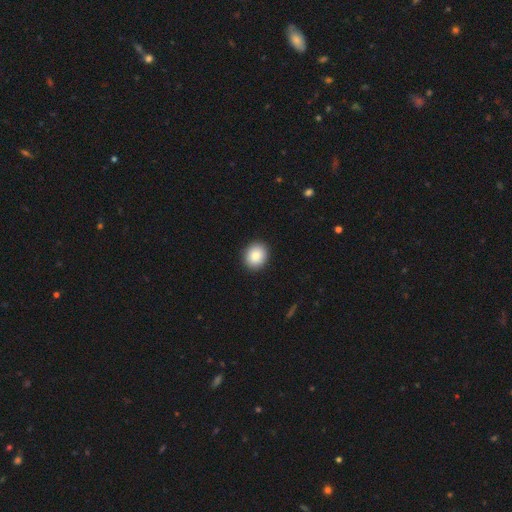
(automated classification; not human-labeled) smooth_or_featured: smooth (p=0.85) [alt: star or artifact p=0.08]
how_rounded: round (p=0.74) [alt: in between p=0.25]
merging: none (p=0.92) [alt: minor disturbance p=0.06]